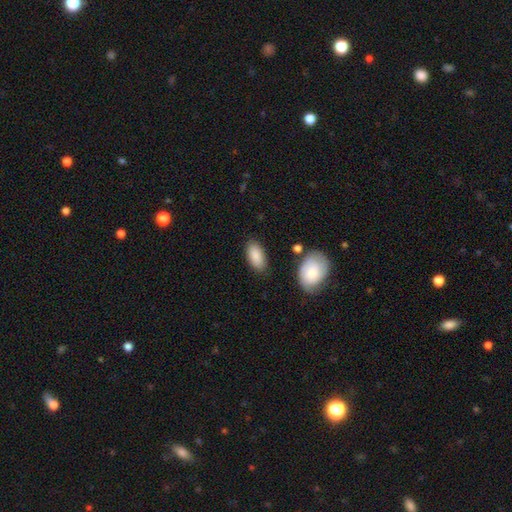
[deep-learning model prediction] The model was most divided on "merging": none: 81%, minor disturbance: 12%, merger: 3%, major disturbance: 3%. More confident: how rounded — in between (93%); smooth or featured — smooth (87%).